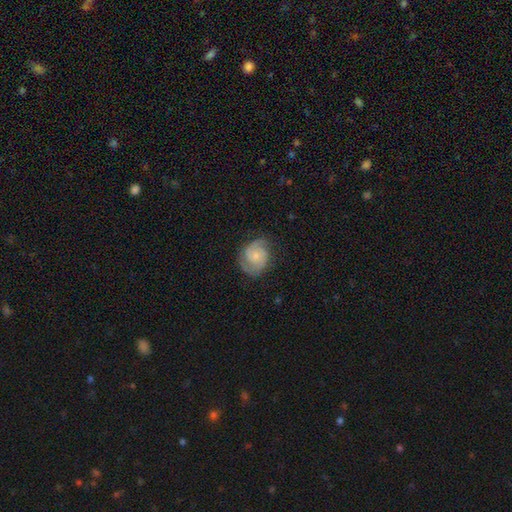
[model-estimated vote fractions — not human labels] The model was most divided on "spiral winding": tight: 45%, medium: 44%, loose: 11%. More confident: edge-on disk — no (98%); spiral arms — yes (96%); spiral arm count — 2 (81%); smooth or featured — featured or disk (77%); merging — none (75%); bar — no (68%); bulge size — small (58%).